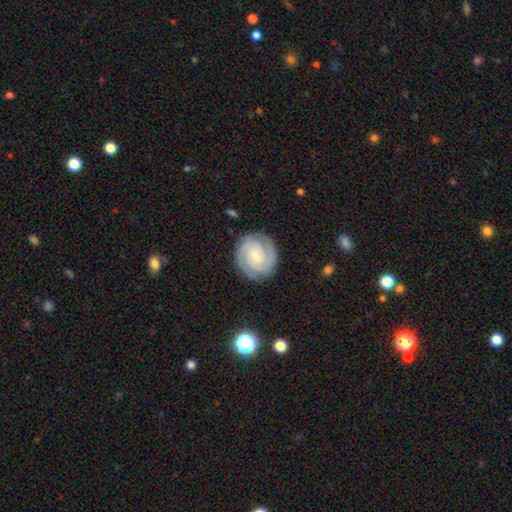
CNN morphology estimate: Smooth or featured? featured or disk (83%)
Edge-on disk? no (98%)
Bar? no (65%)
Spiral arms? yes (97%)
Spiral winding? tight (77%)
Spiral arm count? 2 (43%)
Bulge size? small (73%)
Merging? none (85%)